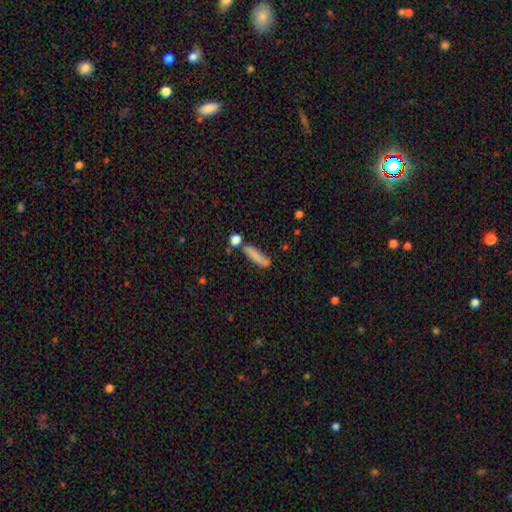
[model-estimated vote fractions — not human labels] Smooth or featured? Predicted: smooth (p=0.74). How rounded? Predicted: cigar-shaped (p=0.73). Merging? Predicted: none (p=0.58).